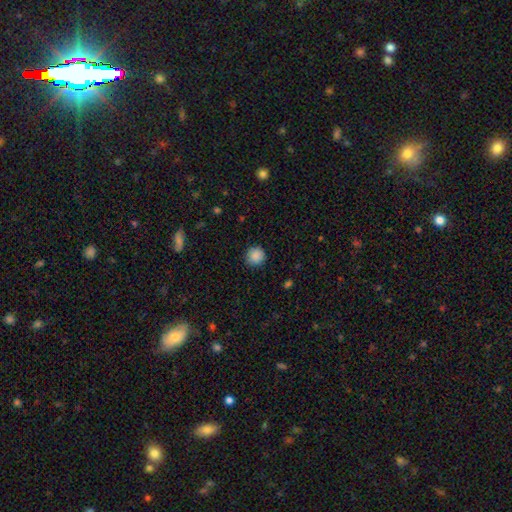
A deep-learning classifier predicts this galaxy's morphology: The model was most divided on "smooth or featured": smooth: 88%, star or artifact: 9%, featured or disk: 3%. More confident: how rounded — round (93%); merging — none (88%).